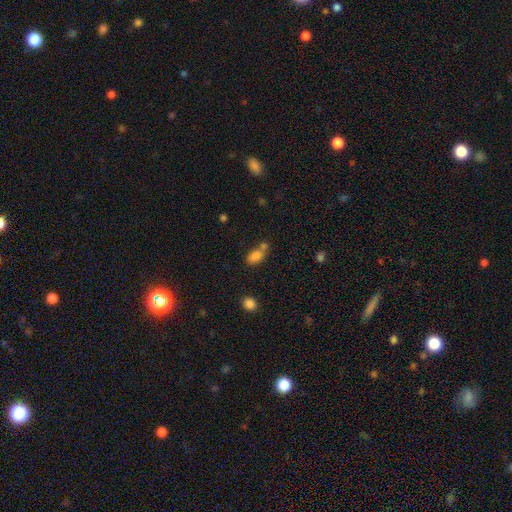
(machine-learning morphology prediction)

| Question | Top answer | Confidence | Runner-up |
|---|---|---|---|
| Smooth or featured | smooth | 81% | star or artifact (11%) |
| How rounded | in between | 87% | round (10%) |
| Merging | none | 42% | merger (40%) |